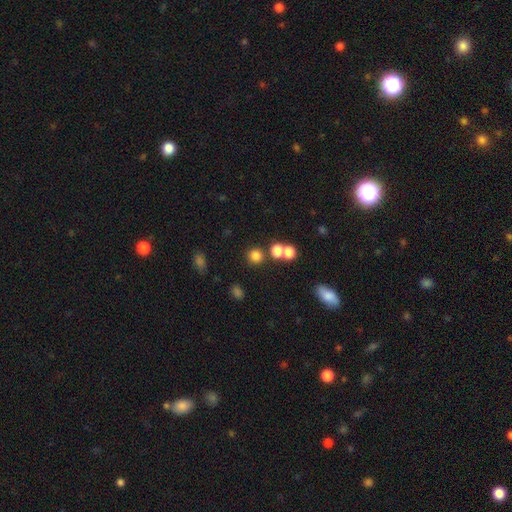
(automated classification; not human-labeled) Smooth or featured: smooth — 76% (star or artifact — 17%)
How rounded: round — 89% (in between — 10%)
Merging: none — 70% (merger — 20%)